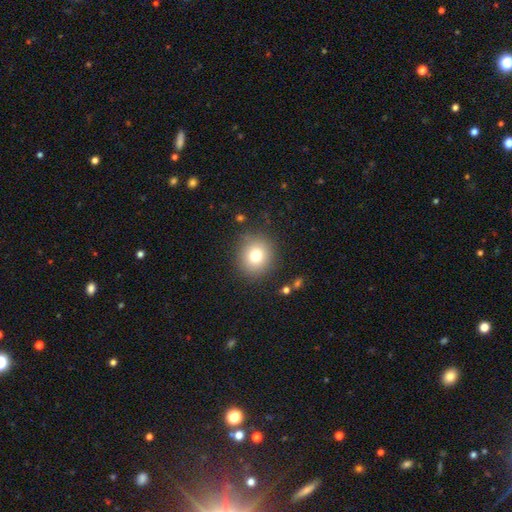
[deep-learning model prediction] Smooth or featured?
  - smooth: 76% *
  - star or artifact: 13%
  - featured or disk: 11%
How rounded?
  - round: 87% *
  - in between: 12%
  - cigar-shaped: 1%
Merging?
  - none: 87% *
  - minor disturbance: 8%
  - major disturbance: 3%
  - merger: 2%